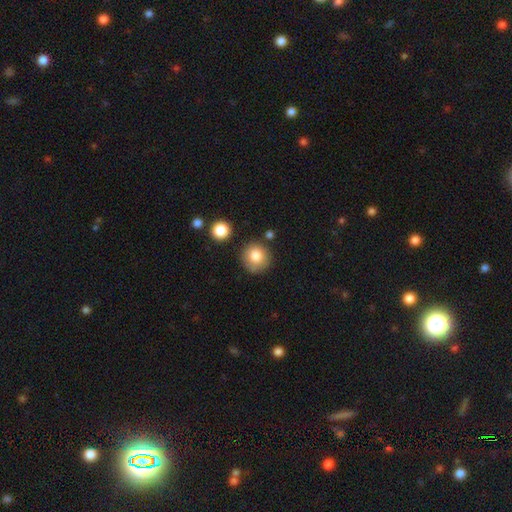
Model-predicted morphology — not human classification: smooth-or-featured: smooth: 82% | star or artifact: 9% | featured or disk: 8%
  how-rounded: round: 93% | in between: 7% | cigar-shaped: 1%
  merging: none: 80% | minor disturbance: 12% | merger: 5% | major disturbance: 4%